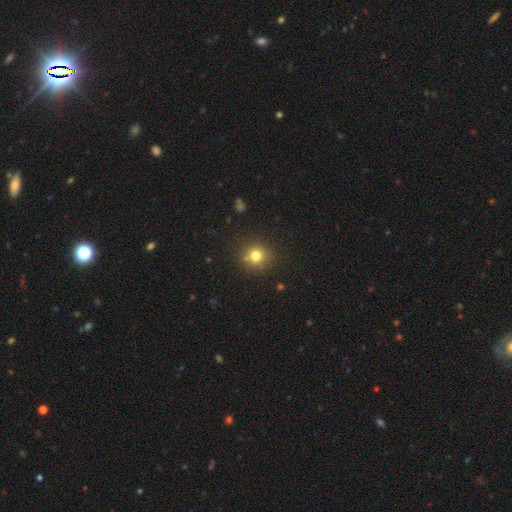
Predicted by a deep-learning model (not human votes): Smooth or featured: smooth — 76% (star or artifact — 15%)
How rounded: round — 91% (in between — 8%)
Merging: none — 84% (minor disturbance — 9%)